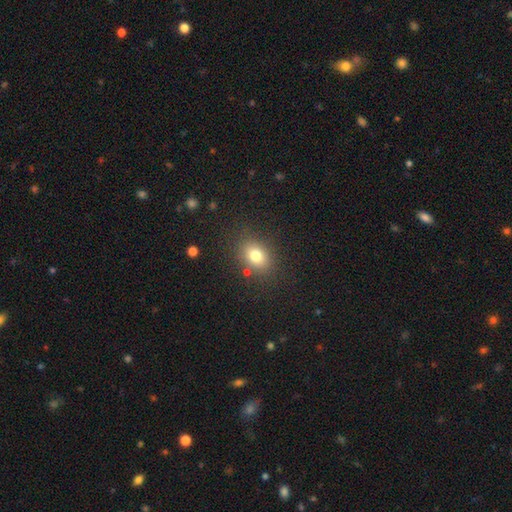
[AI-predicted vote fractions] smooth_or_featured: smooth (p=0.78) [alt: star or artifact p=0.12]
how_rounded: in between (p=0.61) [alt: round p=0.38]
merging: none (p=0.82) [alt: minor disturbance p=0.11]